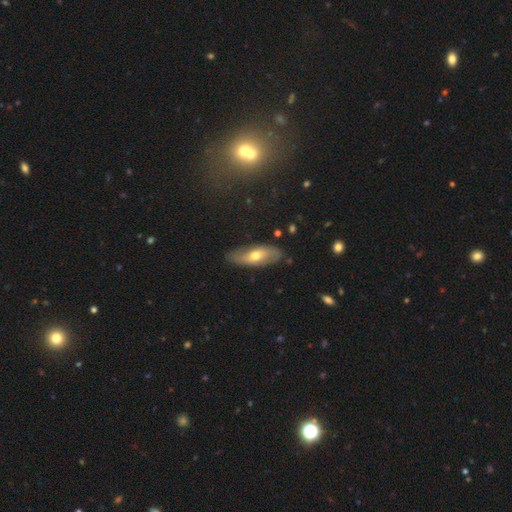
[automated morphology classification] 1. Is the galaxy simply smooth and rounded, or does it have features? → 50% smooth, 44% featured or disk, 6% star or artifact.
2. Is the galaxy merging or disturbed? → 80% none, 15% minor disturbance, 3% major disturbance, 2% merger.